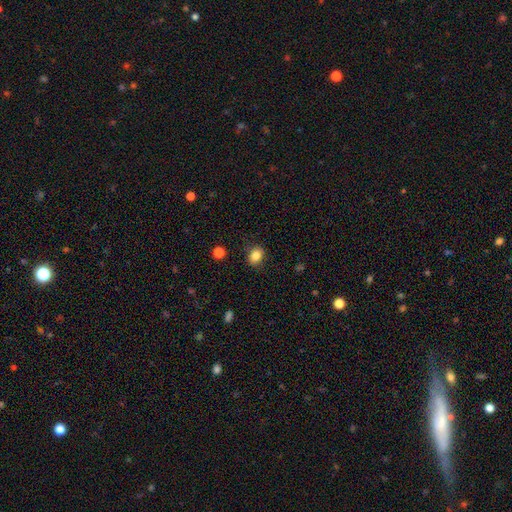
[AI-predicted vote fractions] Overall: smooth (84%). How rounded: in between (50%; round 49%). Merging: none (86%).